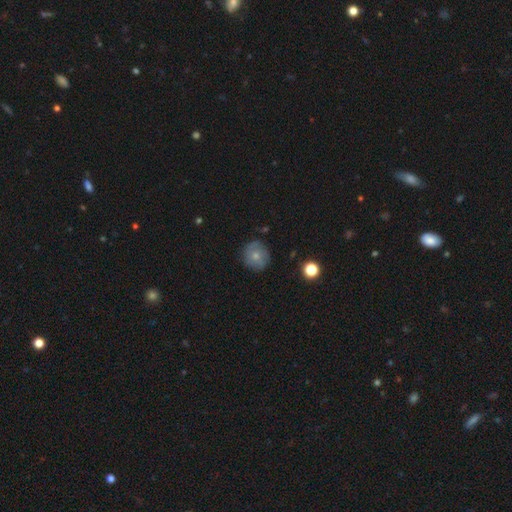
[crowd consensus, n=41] Q: Smooth or featured?
A: smooth (78%); runner-up: featured or disk (22%)
Q: How rounded?
A: round (97%); runner-up: in between (3%)
Q: Merging?
A: none (78%); runner-up: minor disturbance (17%)